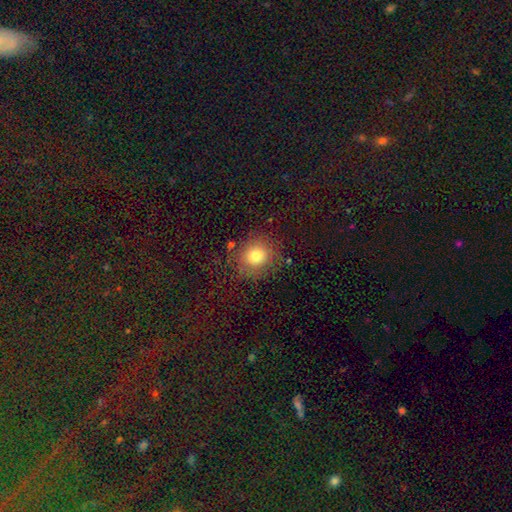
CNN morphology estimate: smooth_or_featured: smooth (p=0.76) [alt: star or artifact p=0.14]
how_rounded: round (p=0.84) [alt: in between p=0.15]
merging: none (p=0.79) [alt: minor disturbance p=0.12]